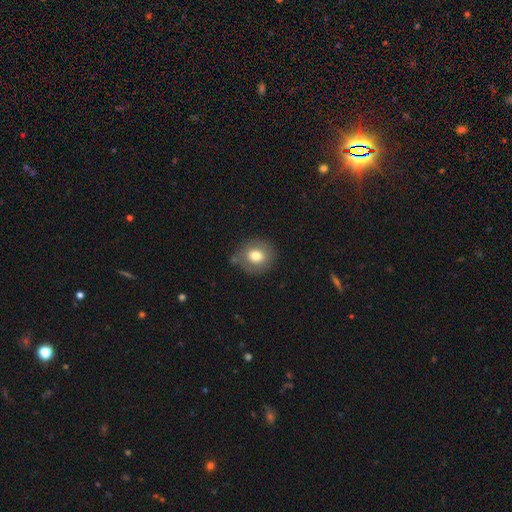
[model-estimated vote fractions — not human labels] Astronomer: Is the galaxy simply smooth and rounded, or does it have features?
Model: smooth — 74%.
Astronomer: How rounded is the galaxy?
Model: round — 77%.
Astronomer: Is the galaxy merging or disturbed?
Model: none — 74%.